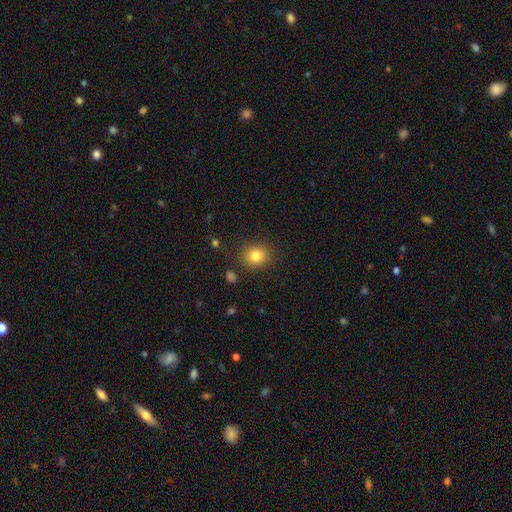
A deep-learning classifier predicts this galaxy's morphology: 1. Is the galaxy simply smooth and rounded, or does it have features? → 82% smooth, 11% star or artifact, 7% featured or disk.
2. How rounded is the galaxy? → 73% round, 26% in between, 1% cigar-shaped.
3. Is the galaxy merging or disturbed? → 86% none, 9% minor disturbance, 3% major disturbance, 2% merger.